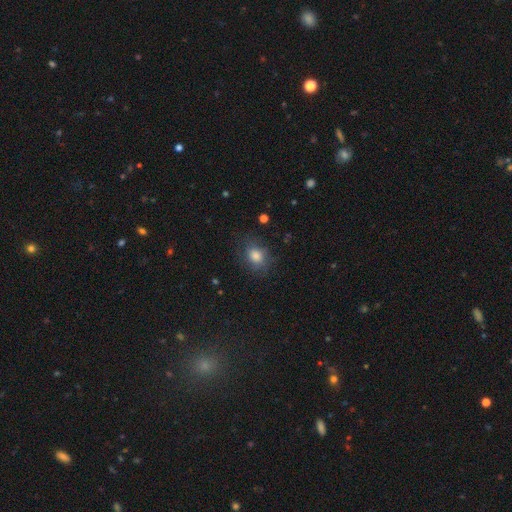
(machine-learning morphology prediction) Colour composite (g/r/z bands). It shows a smooth galaxy with no disk features (76%) that is round (50%). Merging: none (73%).